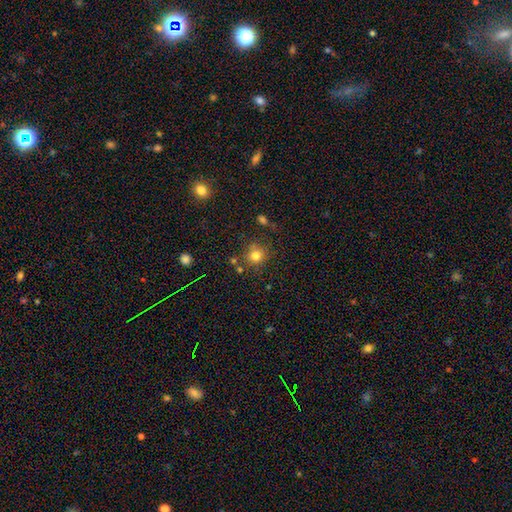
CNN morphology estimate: A smooth galaxy with no disk features (78%) that is round (88%). Merging: none (74%).